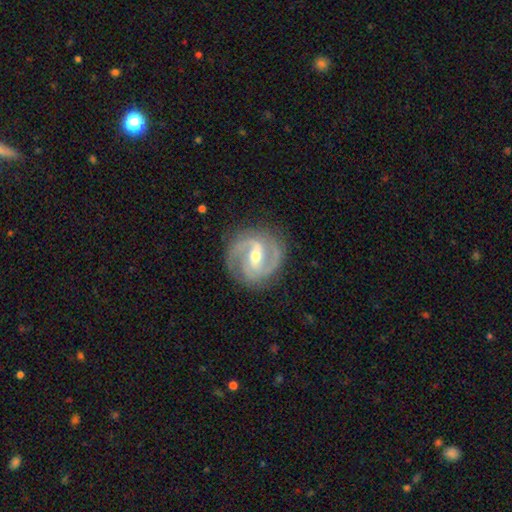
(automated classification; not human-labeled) This appears to be a featured or disk galaxy (90%) with a weak bar (45%), 2 (77%) medium (55%) spiral arms (97%) and a moderate central bulge (58%). Merging: none (83%).